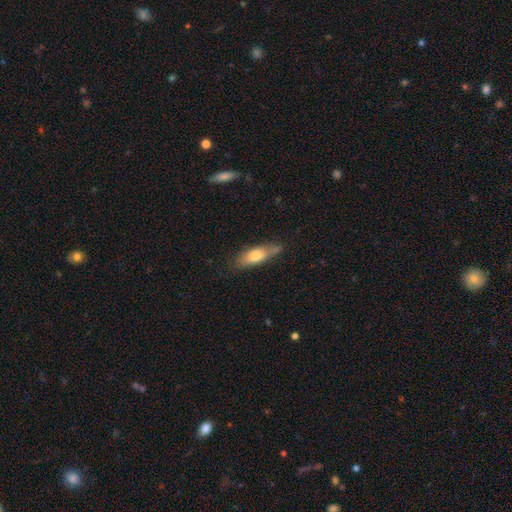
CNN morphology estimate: This is likely a smooth galaxy (62%). How rounded: possibly cigar-shaped (51%). Merging: likely none (70%).